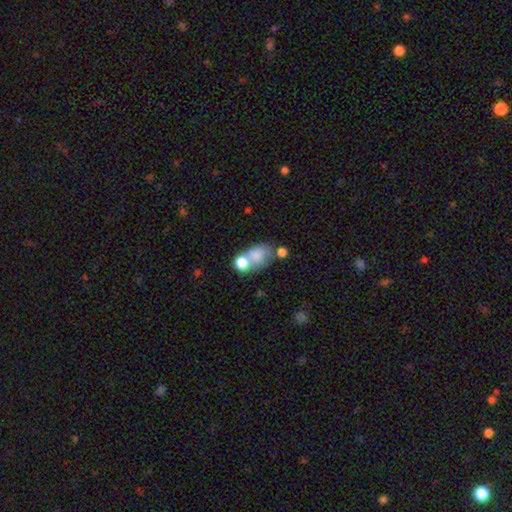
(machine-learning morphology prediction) Smooth or featured?
  - smooth: 72% *
  - featured or disk: 17%
  - star or artifact: 10%
How rounded?
  - in between: 71% *
  - round: 27%
  - cigar-shaped: 2%
Merging?
  - merger: 45% *
  - none: 32%
  - minor disturbance: 13%
  - major disturbance: 9%